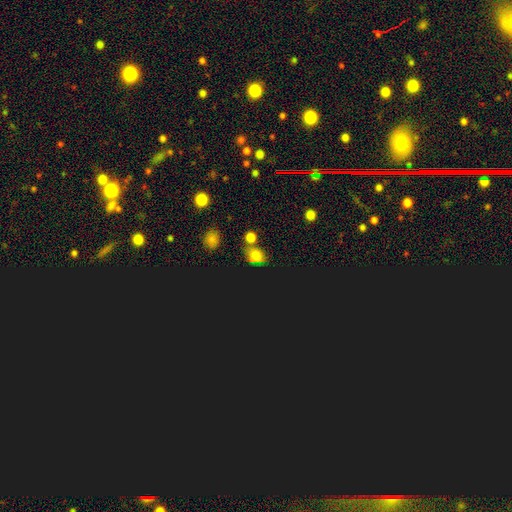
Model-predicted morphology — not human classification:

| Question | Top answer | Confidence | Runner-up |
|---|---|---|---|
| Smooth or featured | smooth | 52% | star or artifact (40%) |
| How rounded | round | 49% | tied: in between (49%) |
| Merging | none | 61% | merger (17%) |